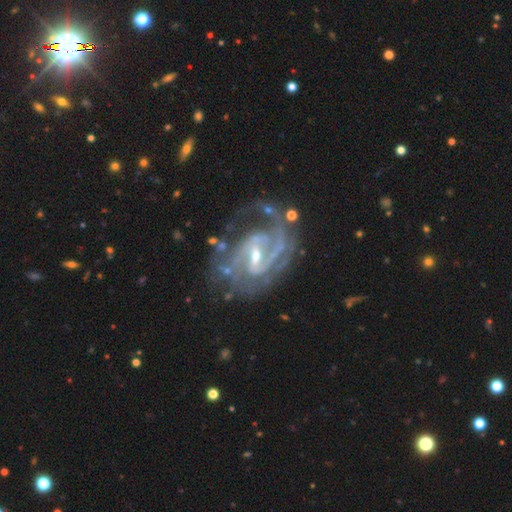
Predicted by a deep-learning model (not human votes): Smooth or featured? Predicted: featured or disk (p=0.92). Edge-on disk? Predicted: no (p=0.97). Bar? Predicted: strong (p=0.45). Spiral arms? Predicted: yes (p=0.98). Spiral winding? Predicted: tight (p=0.50). Spiral arm count? Predicted: 2 (p=0.59). Bulge size? Predicted: small (p=0.56). Merging? Predicted: none (p=0.63).